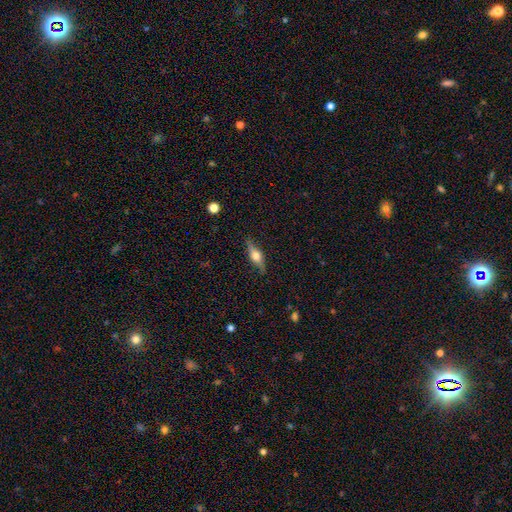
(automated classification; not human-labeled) A featured or disk galaxy (61%) viewed edge-on (93%) with a rounded central bulge (91%). Merging: none (84%).